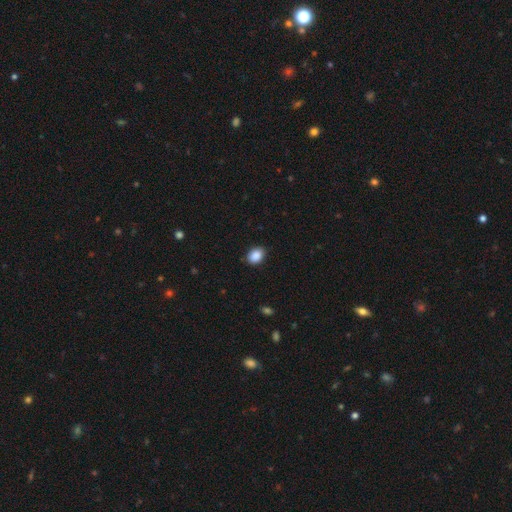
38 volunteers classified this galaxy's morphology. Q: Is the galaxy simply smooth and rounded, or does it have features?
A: smooth — 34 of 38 (89%).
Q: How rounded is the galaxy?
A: in between — 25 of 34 (74%).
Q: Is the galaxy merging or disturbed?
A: none — 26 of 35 (74%).